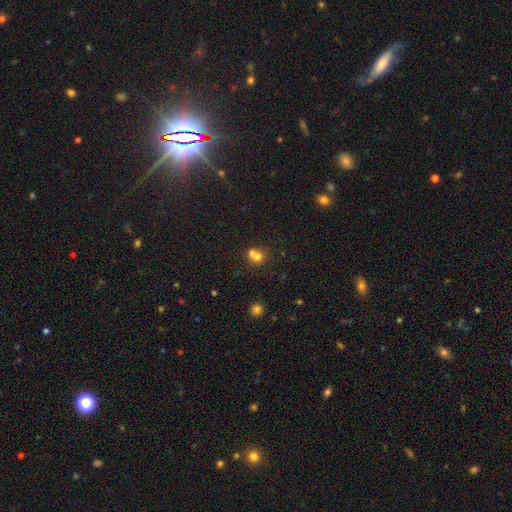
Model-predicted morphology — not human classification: Smooth or featured: smooth — 71% (featured or disk — 15%)
How rounded: round — 76% (in between — 23%)
Merging: merger — 57% (none — 33%)